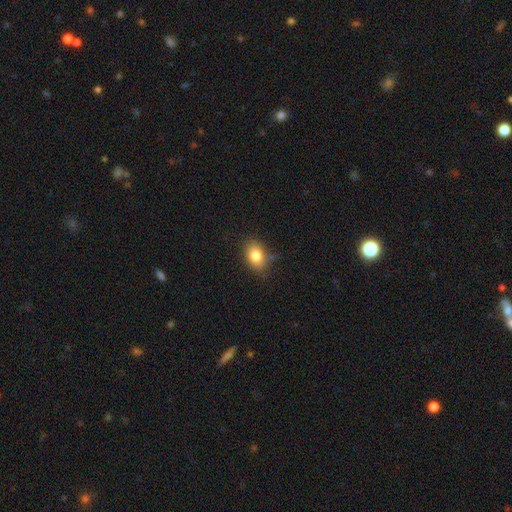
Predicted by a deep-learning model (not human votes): The model was most divided on "how rounded": in between: 75%, round: 24%, cigar-shaped: 1%. More confident: smooth or featured — smooth (81%); merging — none (76%).